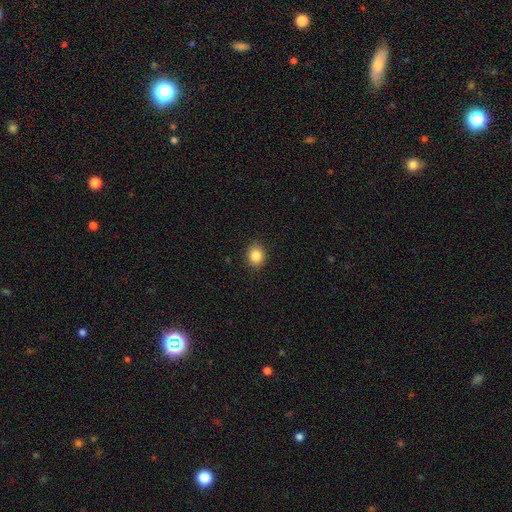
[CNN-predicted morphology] A smooth galaxy with no disk features (86%) that is round (72%). Merging: none (88%).